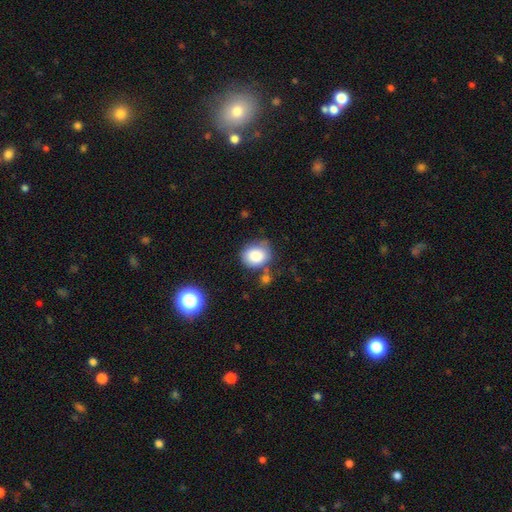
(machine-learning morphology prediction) smooth_or_featured: smooth (p=0.85) [alt: star or artifact p=0.09]
how_rounded: round (p=0.65) [alt: in between p=0.34]
merging: none (p=0.63) [alt: minor disturbance p=0.20]